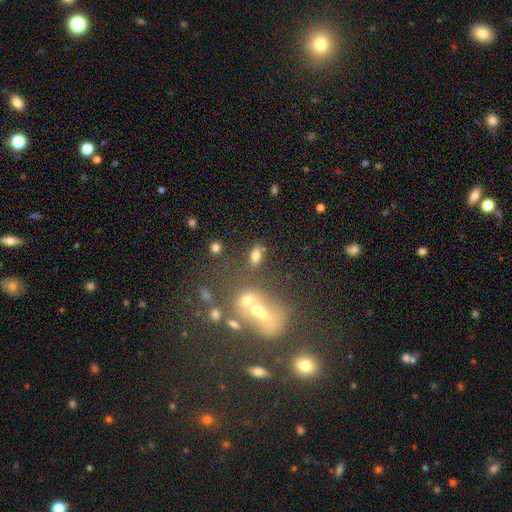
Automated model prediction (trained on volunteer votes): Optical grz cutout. It shows a smooth galaxy with no disk features (72%) that is in between round and cigar-shaped (84%). Merging: none (65%).